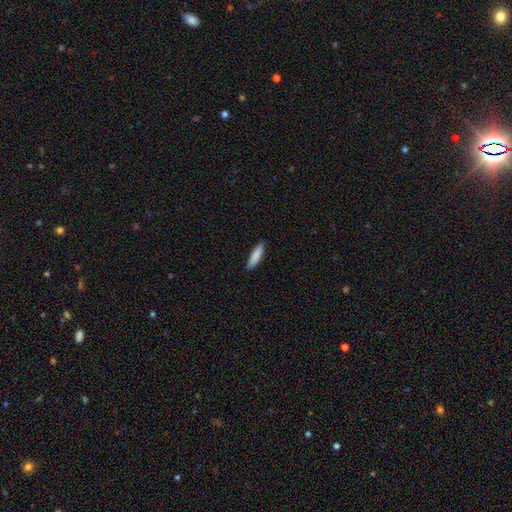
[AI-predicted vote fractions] smooth 87%, featured or disk 7%, star or artifact 6%. Down the decision tree: how rounded — cigar-shaped (75%); merging — none (90%).